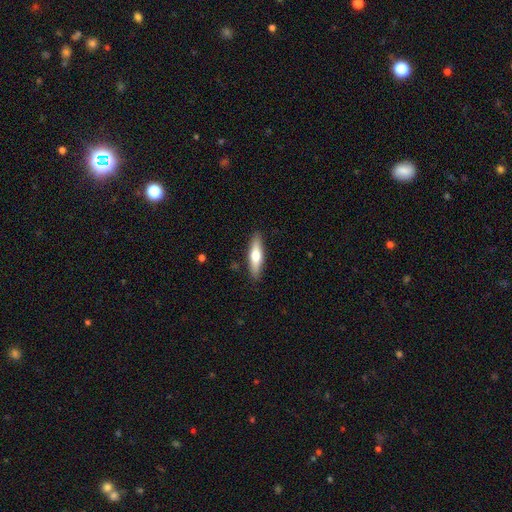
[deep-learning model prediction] A smooth galaxy with no disk features (57%) that is cigar-shaped (68%). Merging: none (88%).